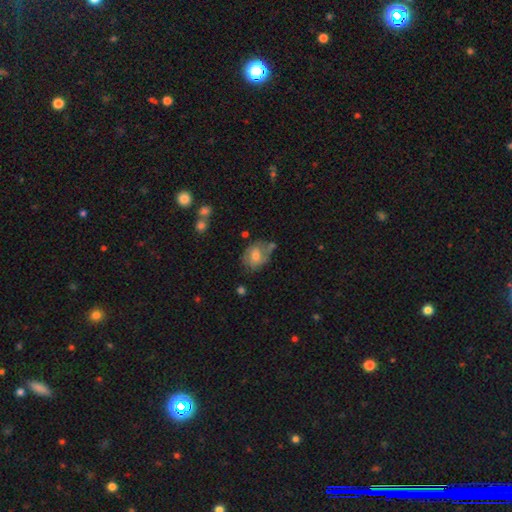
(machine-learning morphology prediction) Overall: smooth (58%; featured or disk 33%). How rounded: in between (56%; round 43%). Merging: none (49%; minor disturbance 28%).